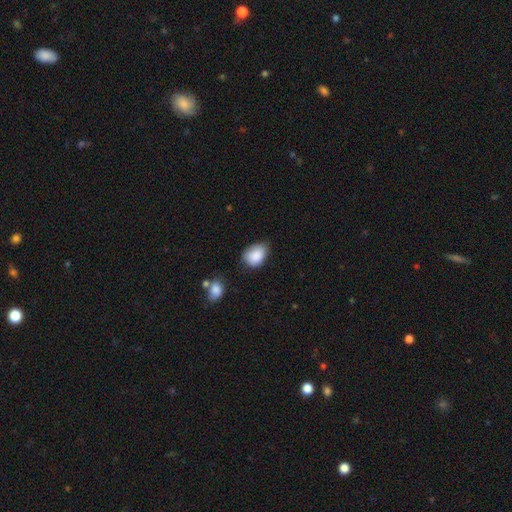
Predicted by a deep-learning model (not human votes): smooth-or-featured: smooth: 87% | star or artifact: 7% | featured or disk: 6%
  how-rounded: in between: 76% | round: 23% | cigar-shaped: 1%
  merging: none: 51% | minor disturbance: 38% | major disturbance: 7% | merger: 4%